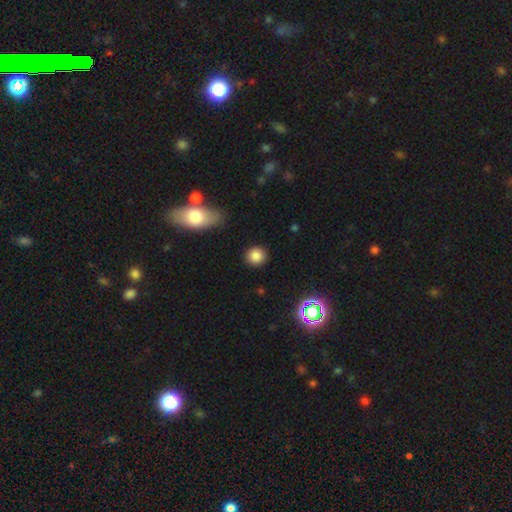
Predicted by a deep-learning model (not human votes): A smooth galaxy with no disk features (83%) that is round (88%).

Vote fractions:
- Smooth or featured? smooth: 83% / star or artifact: 12% / featured or disk: 5%
- How rounded? round: 88% / in between: 11% / cigar-shaped: 1%
- Merging? none: 88% / minor disturbance: 8% / major disturbance: 2% / merger: 2%